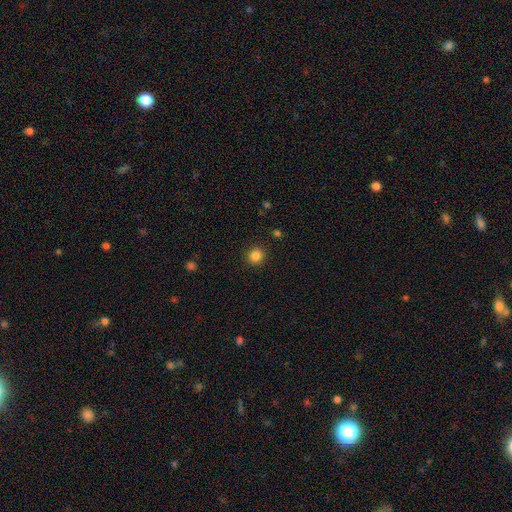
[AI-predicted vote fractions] The model was most divided on "smooth or featured": smooth: 84%, star or artifact: 11%, featured or disk: 4%. More confident: merging — none (91%); how rounded — round (89%).